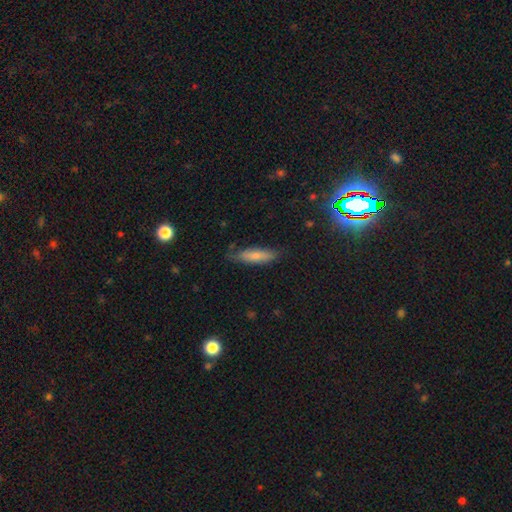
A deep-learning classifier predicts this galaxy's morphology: This is likely a smooth galaxy (73%). How rounded: likely cigar-shaped (63%). Merging: likely none (72%).